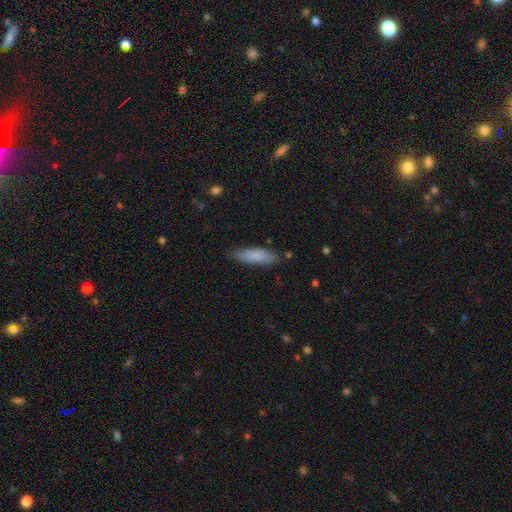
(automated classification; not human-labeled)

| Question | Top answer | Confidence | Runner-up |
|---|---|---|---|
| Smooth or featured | smooth | 83% | featured or disk (11%) |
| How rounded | cigar-shaped | 50% | in between (48%) |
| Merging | none | 78% | minor disturbance (17%) |